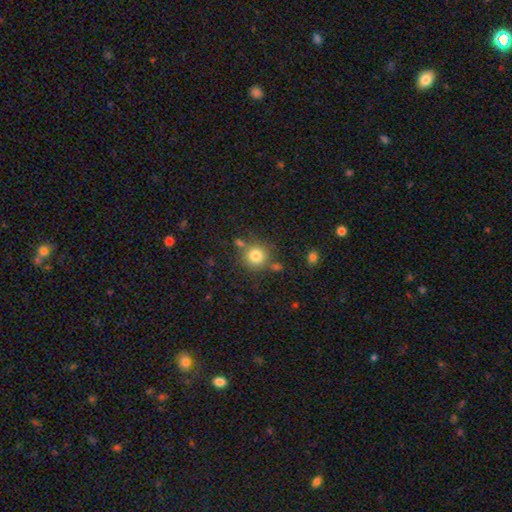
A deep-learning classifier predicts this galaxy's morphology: smooth 80%, star or artifact 12%, featured or disk 8%. Down the decision tree: how rounded — round (92%); merging — none (73%).